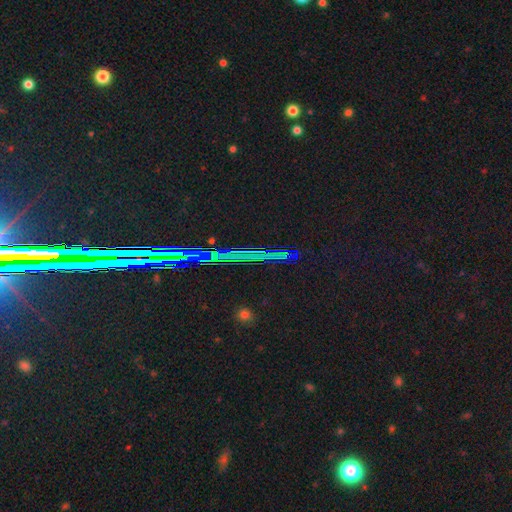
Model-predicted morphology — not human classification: A star or artifact, not a galaxy (81%).